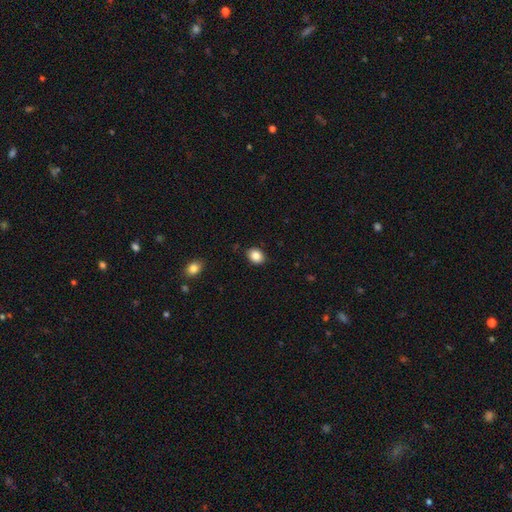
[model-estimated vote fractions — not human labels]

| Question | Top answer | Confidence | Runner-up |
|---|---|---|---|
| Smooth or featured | smooth | 86% | star or artifact (9%) |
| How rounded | in between | 58% | round (41%) |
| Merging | none | 88% | minor disturbance (9%) |